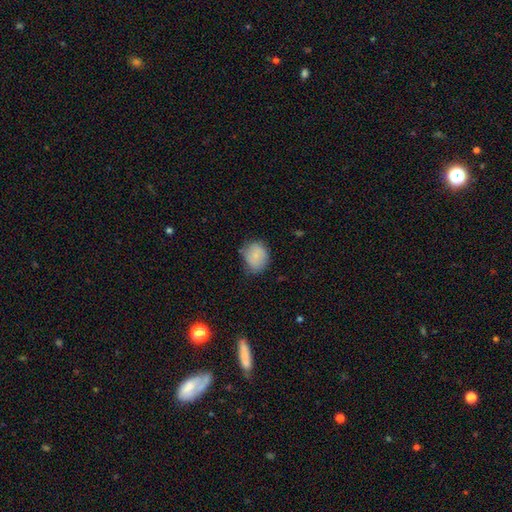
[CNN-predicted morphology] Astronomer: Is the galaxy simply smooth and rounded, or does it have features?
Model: smooth — 75%.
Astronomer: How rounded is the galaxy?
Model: round — 64%.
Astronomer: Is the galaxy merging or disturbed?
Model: none — 60%.